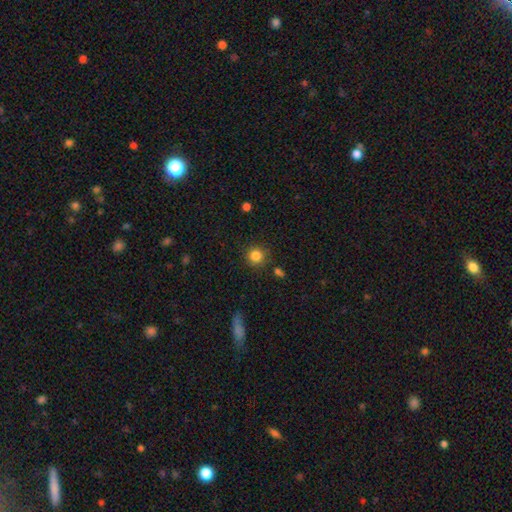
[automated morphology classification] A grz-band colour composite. It shows a smooth galaxy with no disk features (84%) that is round (93%). Merging: none (86%).